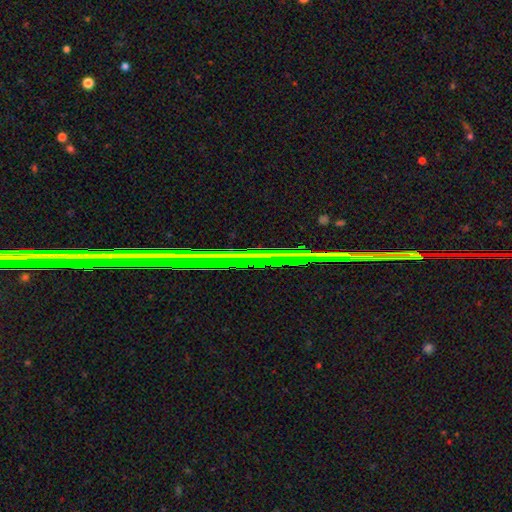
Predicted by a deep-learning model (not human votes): Morphology: type=star or artifact (82%).